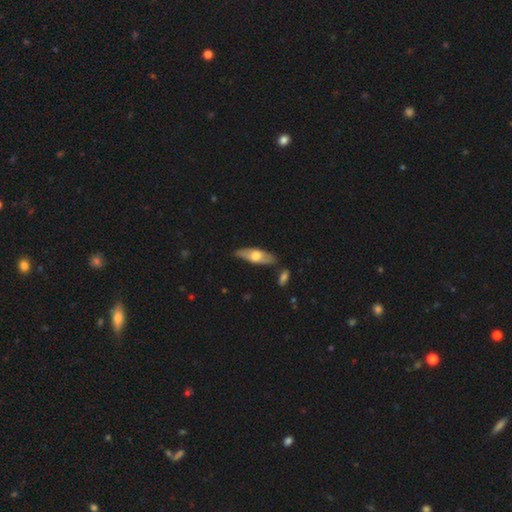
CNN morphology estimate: A smooth galaxy with no disk features (52%) that is in between round and cigar-shaped (58%).

Vote fractions:
- Smooth or featured? smooth: 52% / featured or disk: 43% / star or artifact: 5%
- How rounded? in between: 58% / cigar-shaped: 39% / round: 2%
- Merging? none: 79% / minor disturbance: 14% / merger: 4% / major disturbance: 3%